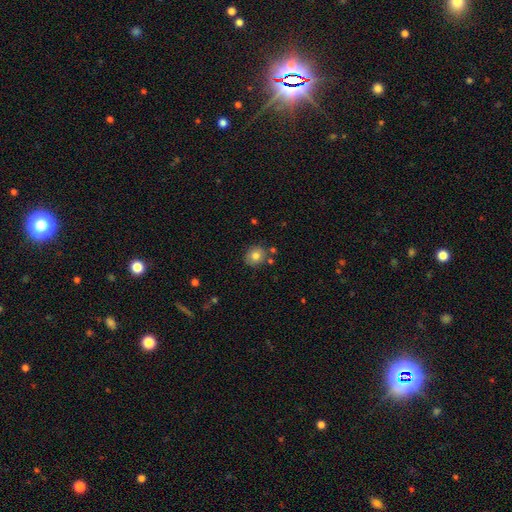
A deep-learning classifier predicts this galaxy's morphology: This appears to be a smooth galaxy with no disk features (78%) that is round (79%). Merging: none (79%).